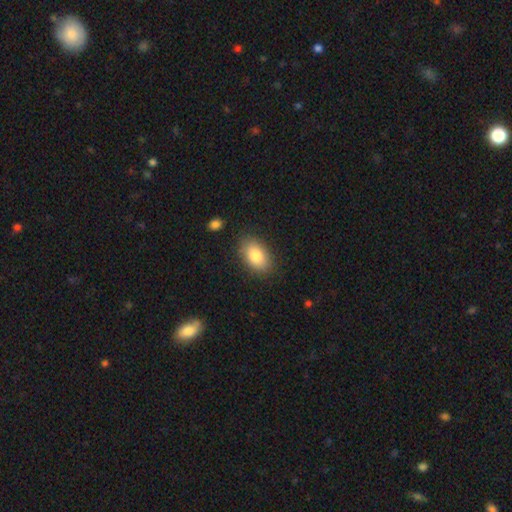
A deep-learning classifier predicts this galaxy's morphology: A smooth galaxy with no disk features (82%) that is in between round and cigar-shaped (90%).

Vote fractions:
- Smooth or featured? smooth: 82% / featured or disk: 11% / star or artifact: 7%
- How rounded? in between: 90% / round: 8% / cigar-shaped: 2%
- Merging? none: 85% / minor disturbance: 10% / major disturbance: 3% / merger: 2%